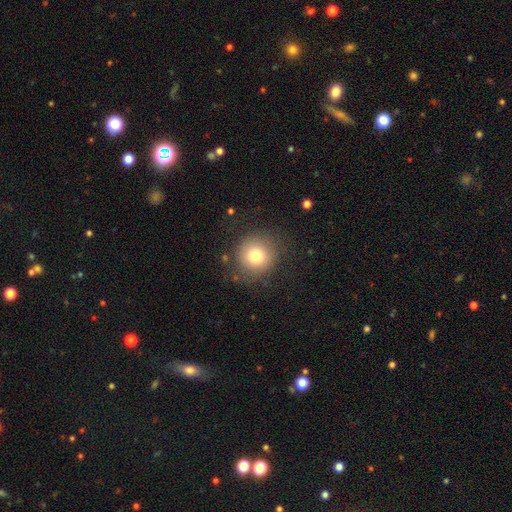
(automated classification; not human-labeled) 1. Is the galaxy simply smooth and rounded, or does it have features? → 78% smooth, 12% featured or disk, 10% star or artifact.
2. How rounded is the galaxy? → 91% round, 9% in between, 1% cigar-shaped.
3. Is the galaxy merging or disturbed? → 80% none, 13% minor disturbance, 6% major disturbance, 2% merger.